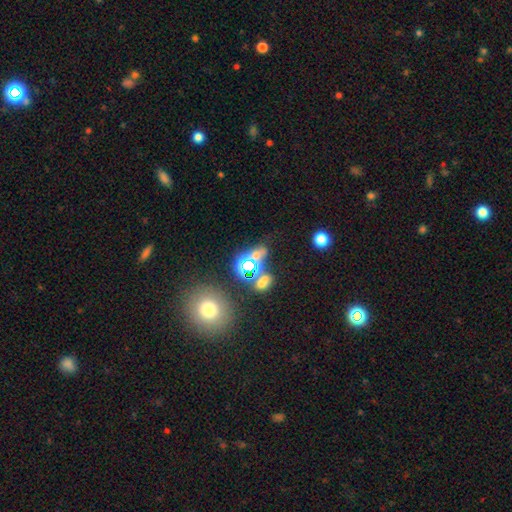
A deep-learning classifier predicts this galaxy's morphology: star or artifact 50%, smooth 37%, featured or disk 12%.